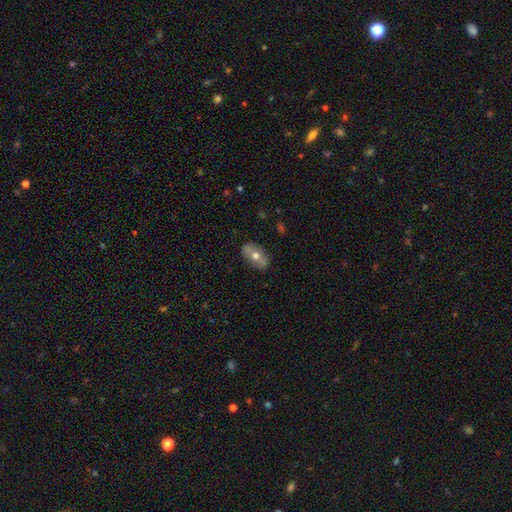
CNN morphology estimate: smooth-or-featured: smooth: 47% | featured or disk: 46% | star or artifact: 7%
  merging: none: 84% | minor disturbance: 12% | major disturbance: 3% | merger: 1%